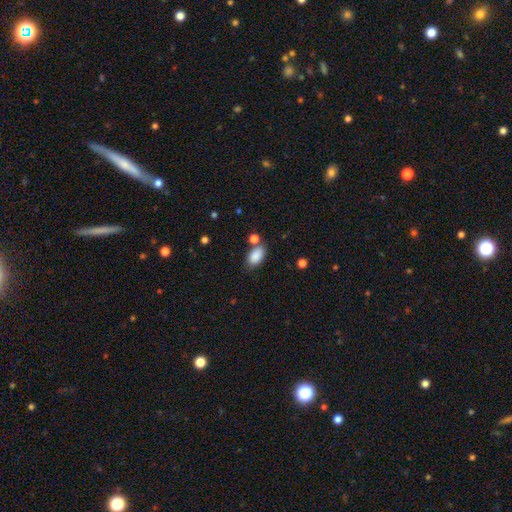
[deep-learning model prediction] Smooth or featured?
  - smooth: 87% *
  - star or artifact: 8%
  - featured or disk: 5%
How rounded?
  - in between: 92% *
  - round: 6%
  - cigar-shaped: 2%
Merging?
  - none: 68% *
  - minor disturbance: 15%
  - merger: 13%
  - major disturbance: 4%